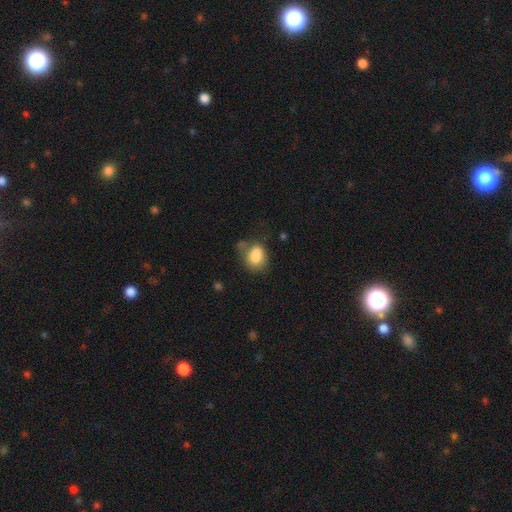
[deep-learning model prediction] A smooth galaxy with no disk features (81%) that is in between round and cigar-shaped (67%). Merging: none (41%).